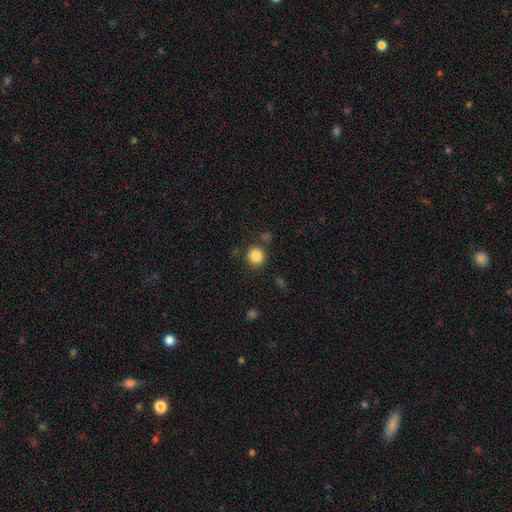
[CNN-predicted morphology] smooth-or-featured: smooth: 87% | star or artifact: 10% | featured or disk: 4%
  how-rounded: round: 91% | in between: 8% | cigar-shaped: 1%
  merging: none: 84% | minor disturbance: 8% | merger: 5% | major disturbance: 3%